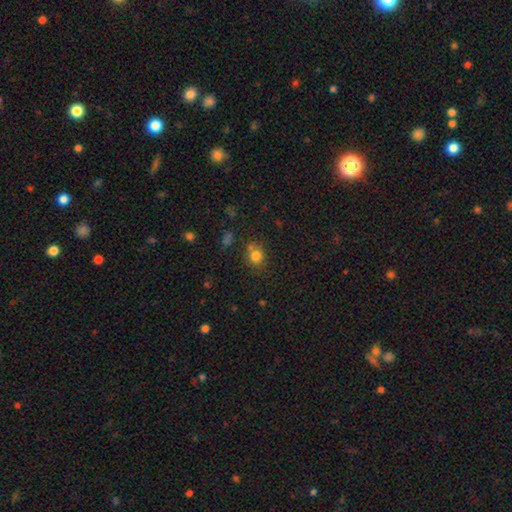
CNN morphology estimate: Smooth or featured?
  - smooth: 79% *
  - star or artifact: 14%
  - featured or disk: 7%
How rounded?
  - round: 76% *
  - in between: 23%
  - cigar-shaped: 1%
Merging?
  - none: 69% *
  - minor disturbance: 14%
  - merger: 13%
  - major disturbance: 5%